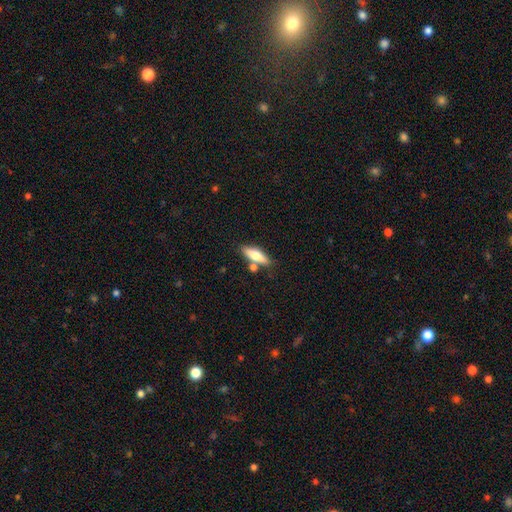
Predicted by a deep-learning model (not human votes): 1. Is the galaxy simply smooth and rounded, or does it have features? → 62% smooth, 32% featured or disk, 6% star or artifact.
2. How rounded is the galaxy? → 50% cigar-shaped, 47% in between, 3% round.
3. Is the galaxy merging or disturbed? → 71% none, 14% merger, 12% minor disturbance, 3% major disturbance.